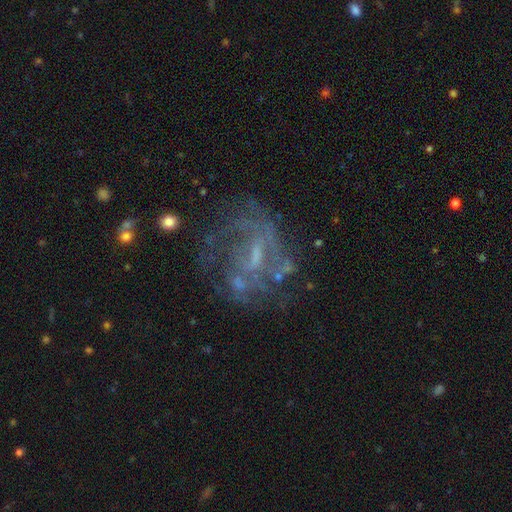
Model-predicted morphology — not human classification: Smooth or featured?
  - featured or disk: 73% *
  - star or artifact: 15%
  - smooth: 12%
Edge-on disk?
  - no: 97% *
  - yes: 3%
Bar?
  - weak: 49% *
  - no: 35%
  - strong: 17%
Spiral arms?
  - yes: 65% *
  - no: 35%
Bulge size?
  - small: 46% *
  - none: 29%
  - moderate: 22%
  - large: 2%
  - dominant: 1%
Merging?
  - none: 52% *
  - major disturbance: 25%
  - minor disturbance: 17%
  - merger: 6%